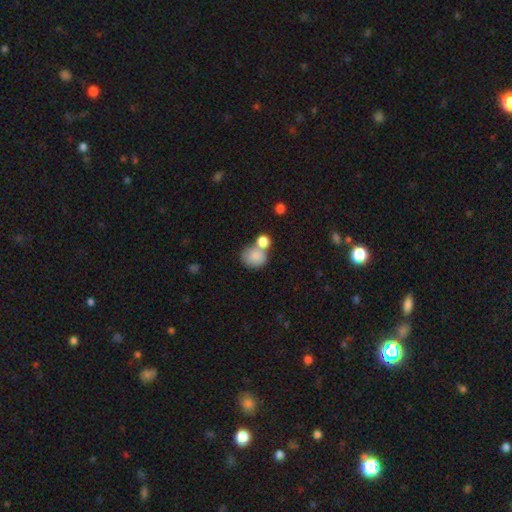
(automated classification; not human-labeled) This appears to be a smooth galaxy with no disk features (83%) that is round (68%). Merging: none (42%).